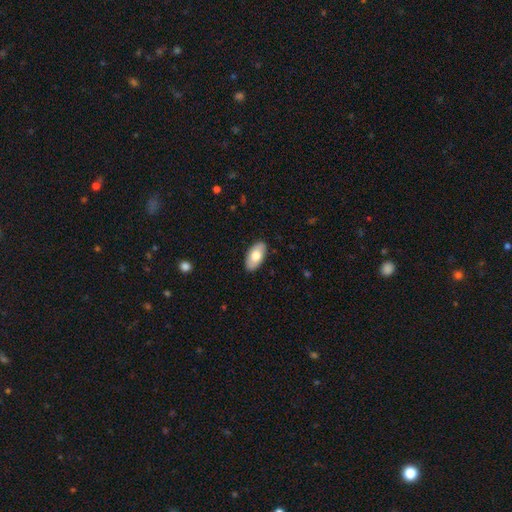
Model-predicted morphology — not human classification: The model was most divided on "smooth or featured": smooth: 72%, featured or disk: 23%, star or artifact: 5%. More confident: how rounded — in between (94%); merging — none (88%).